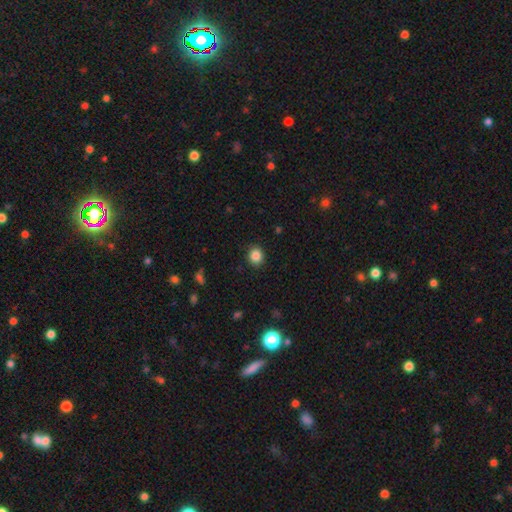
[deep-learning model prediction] smooth-or-featured: smooth: 85% | star or artifact: 10% | featured or disk: 5%
  how-rounded: round: 76% | in between: 23% | cigar-shaped: 1%
  merging: none: 90% | minor disturbance: 7% | major disturbance: 2% | merger: 1%